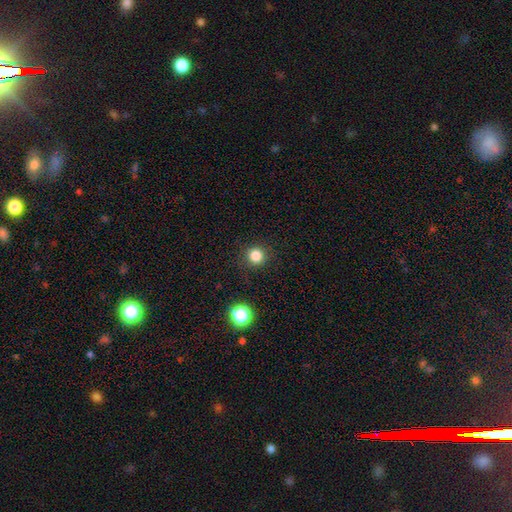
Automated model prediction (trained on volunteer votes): Smooth or featured? smooth (82%)
How rounded? round (94%)
Merging? none (91%)